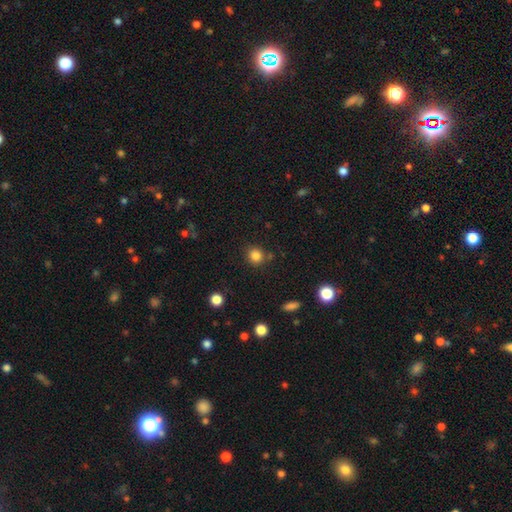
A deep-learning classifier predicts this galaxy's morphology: smooth-or-featured: smooth: 84% | star or artifact: 12% | featured or disk: 5%
  how-rounded: round: 88% | in between: 11% | cigar-shaped: 1%
  merging: none: 81% | minor disturbance: 10% | merger: 6% | major disturbance: 3%